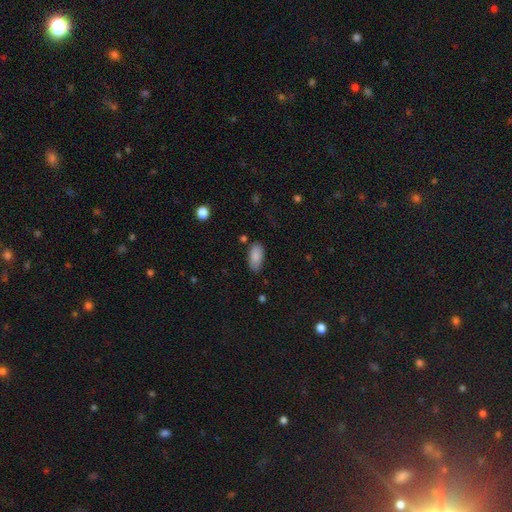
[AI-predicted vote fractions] Morphology: type=smooth (88%); roundness=in between (92%); merging=none (80%).